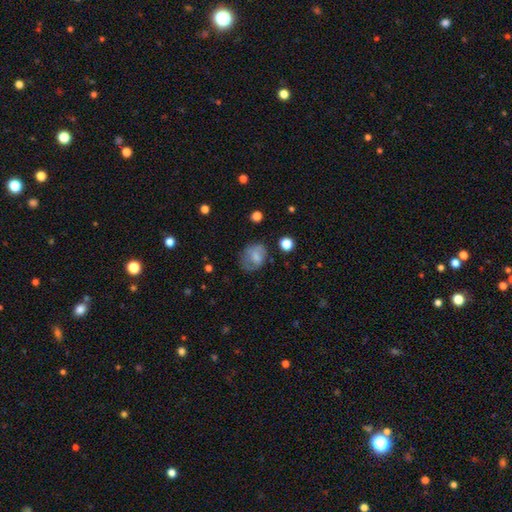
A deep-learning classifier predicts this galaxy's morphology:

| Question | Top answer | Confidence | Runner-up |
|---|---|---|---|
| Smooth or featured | smooth | 63% | featured or disk (27%) |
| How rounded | in between | 57% | round (42%) |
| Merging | none | 52% | minor disturbance (27%) |